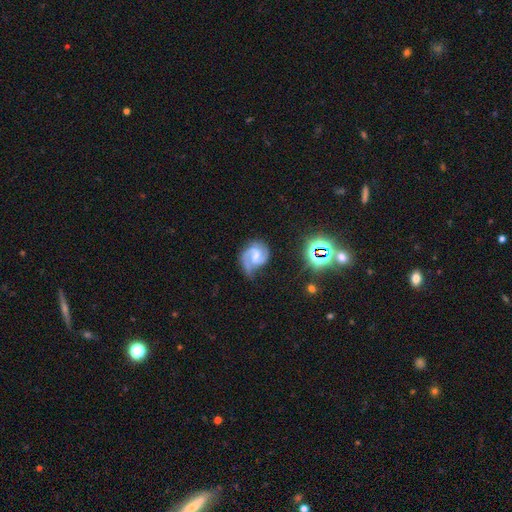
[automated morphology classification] Smooth or featured?
  - featured or disk: 87% *
  - smooth: 7%
  - star or artifact: 6%
Edge-on disk?
  - no: 98% *
  - yes: 2%
Bar?
  - weak: 52% *
  - no: 30%
  - strong: 18%
Spiral arms?
  - yes: 97% *
  - no: 3%
Spiral winding?
  - medium: 54% *
  - tight: 31%
  - loose: 14%
Spiral arm count?
  - 2: 86% *
  - 1: 6%
  - can't tell: 4%
  - 3: 2%
  - 4: 1%
  - more than 4: 1%
Bulge size?
  - moderate: 48% *
  - small: 32%
  - none: 12%
  - large: 7%
  - dominant: 1%
Merging?
  - none: 60% *
  - minor disturbance: 25%
  - major disturbance: 13%
  - merger: 3%